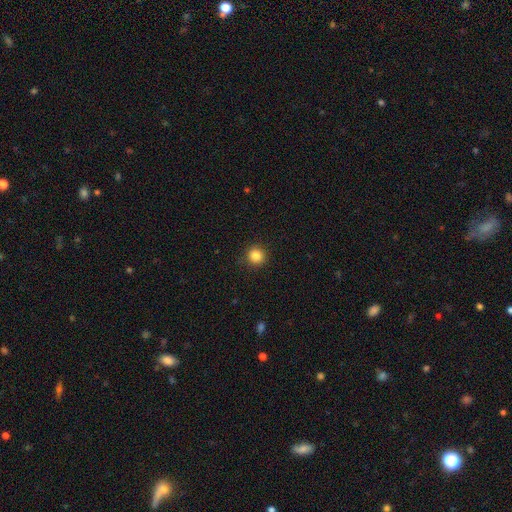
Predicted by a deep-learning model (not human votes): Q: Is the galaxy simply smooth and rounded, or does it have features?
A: smooth — 85%.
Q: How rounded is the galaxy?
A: round — 94%.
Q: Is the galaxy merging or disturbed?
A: none — 90%.